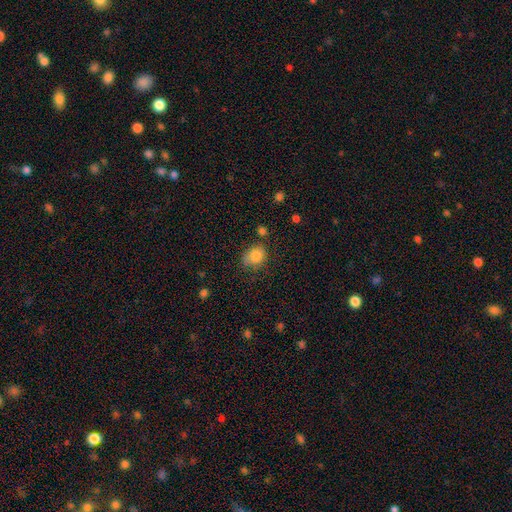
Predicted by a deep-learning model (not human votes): Overall: smooth (83%). How rounded: round (51%; in between 48%). Merging: none (58%; minor disturbance 27%).